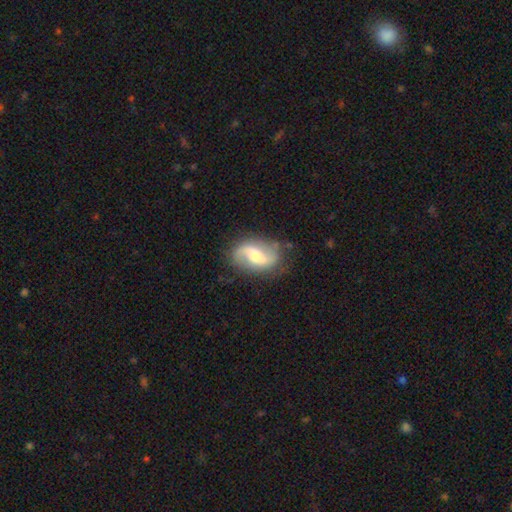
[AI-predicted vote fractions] Smooth or featured?
  - featured or disk: 78% *
  - smooth: 16%
  - star or artifact: 6%
Edge-on disk?
  - no: 96% *
  - yes: 4%
Bar?
  - weak: 45% *
  - no: 28%
  - strong: 27%
Spiral arms?
  - yes: 92% *
  - no: 8%
Spiral winding?
  - loose: 69% *
  - medium: 24%
  - tight: 8%
Spiral arm count?
  - 2: 90% *
  - 1: 4%
  - can't tell: 4%
  - 3: 1%
  - 4: 1%
  - more than 4: 1%
Bulge size?
  - moderate: 63% *
  - small: 26%
  - large: 8%
  - none: 2%
  - dominant: 1%
Merging?
  - none: 77% *
  - minor disturbance: 16%
  - major disturbance: 5%
  - merger: 2%